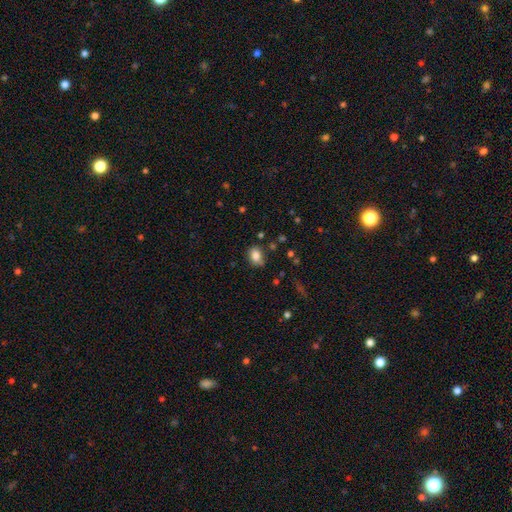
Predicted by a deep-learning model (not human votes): The model was most divided on "how rounded": in between: 66%, round: 33%, cigar-shaped: 1%. More confident: smooth or featured — smooth (83%); merging — none (73%).